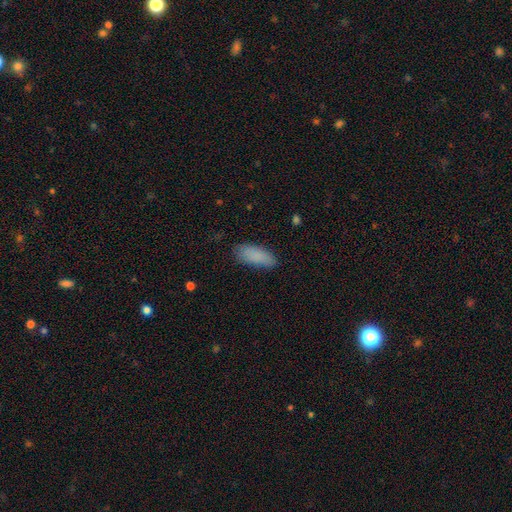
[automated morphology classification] A smooth galaxy with no disk features (87%) that is in between round and cigar-shaped (76%). Merging: none (79%).